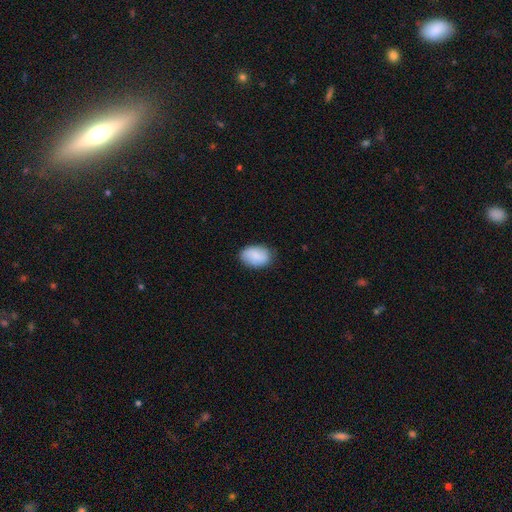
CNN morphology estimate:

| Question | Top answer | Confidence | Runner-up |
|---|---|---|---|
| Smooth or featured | smooth | 84% | featured or disk (10%) |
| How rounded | in between | 86% | round (12%) |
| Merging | none | 82% | minor disturbance (15%) |